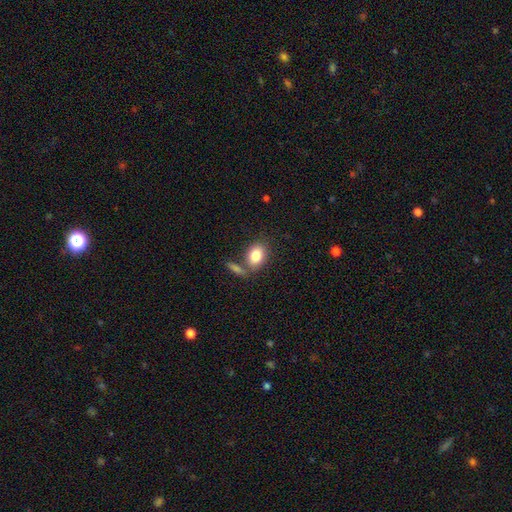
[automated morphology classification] type=smooth (83%); roundness=in between (76%); merging=none (57%).